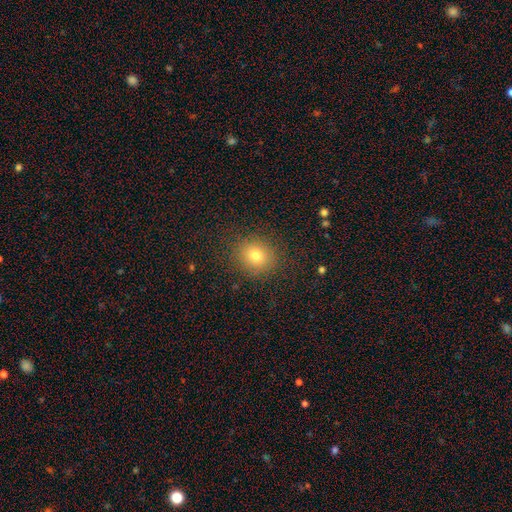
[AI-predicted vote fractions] This appears to be a smooth galaxy with no disk features (78%) that is round (79%). Merging: none (87%).